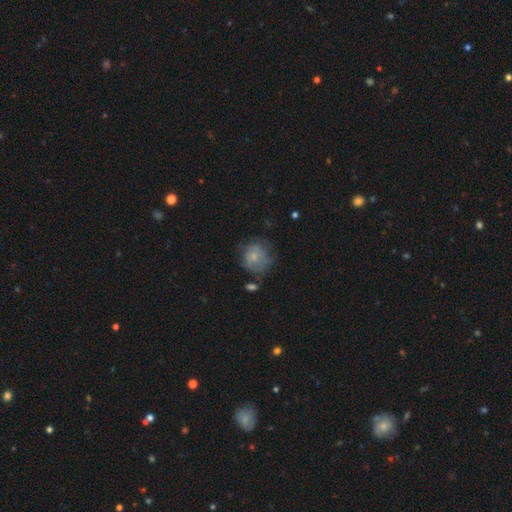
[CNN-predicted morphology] A smooth galaxy with no disk features (56%) that is round (79%).

Vote fractions:
- Smooth or featured? smooth: 56% / featured or disk: 34% / star or artifact: 10%
- How rounded? round: 79% / in between: 20% / cigar-shaped: 1%
- Merging? none: 55% / minor disturbance: 27% / major disturbance: 14% / merger: 4%